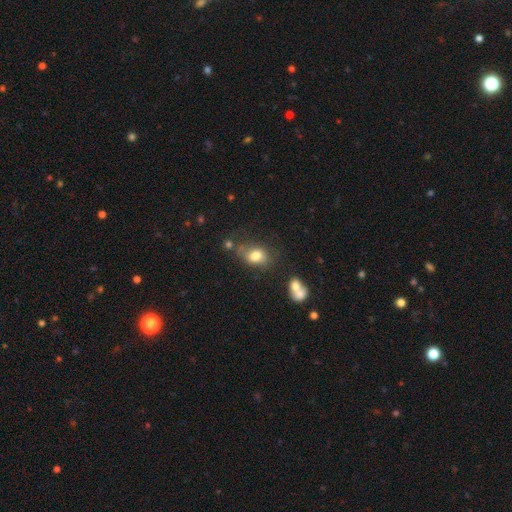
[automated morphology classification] Smooth or featured? Predicted: smooth (p=0.78). How rounded? Predicted: in between (p=0.70). Merging? Predicted: none (p=0.56).